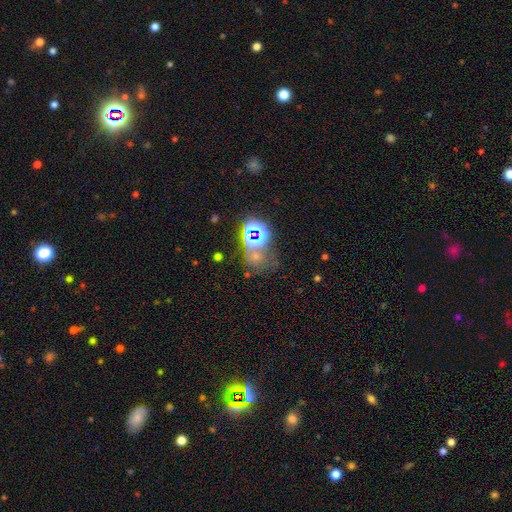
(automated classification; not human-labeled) A star or artifact, not a galaxy (49%).